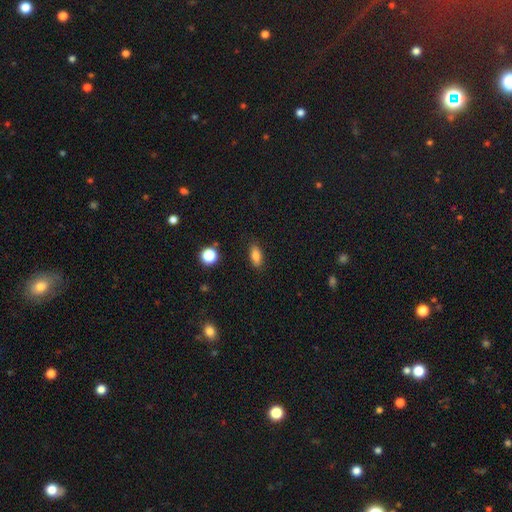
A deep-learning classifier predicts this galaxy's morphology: smooth 82%, star or artifact 10%, featured or disk 8%. Down the decision tree: how rounded — in between (82%); merging — none (86%).